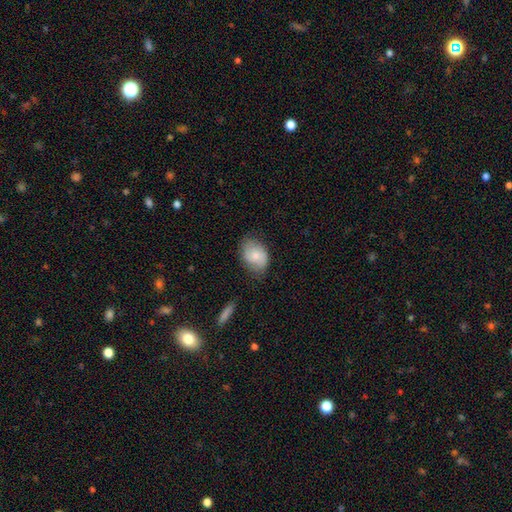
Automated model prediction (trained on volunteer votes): Q: Smooth or featured?
A: smooth (69%); runner-up: featured or disk (24%)
Q: How rounded?
A: in between (76%); runner-up: round (23%)
Q: Merging?
A: none (69%); runner-up: minor disturbance (23%)